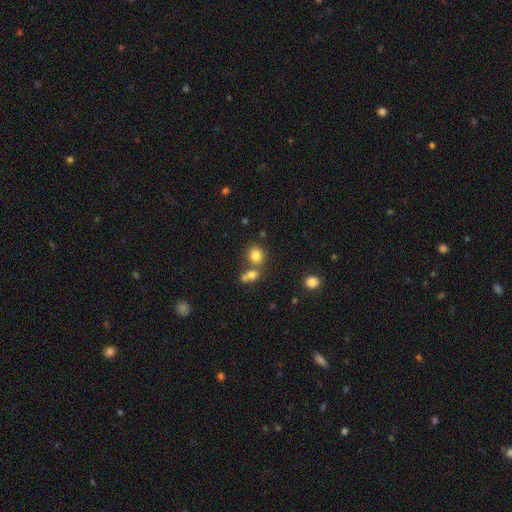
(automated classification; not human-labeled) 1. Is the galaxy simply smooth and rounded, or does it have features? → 80% smooth, 12% star or artifact, 8% featured or disk.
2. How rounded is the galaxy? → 78% round, 21% in between, 1% cigar-shaped.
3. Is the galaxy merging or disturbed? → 62% none, 26% merger, 9% minor disturbance, 3% major disturbance.